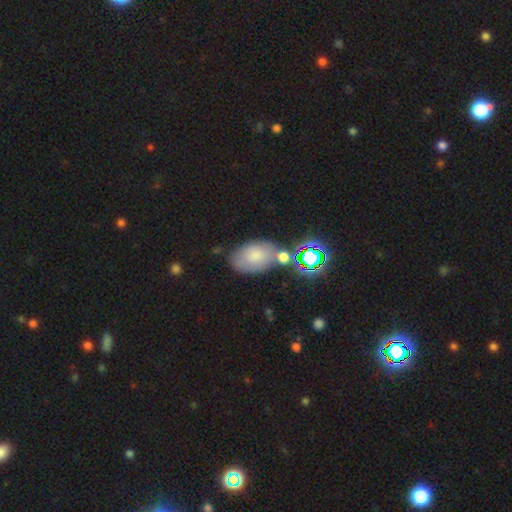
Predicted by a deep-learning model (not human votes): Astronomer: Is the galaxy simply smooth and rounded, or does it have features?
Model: smooth — 66%.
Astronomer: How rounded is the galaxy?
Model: in between — 88%.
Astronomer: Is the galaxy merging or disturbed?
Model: none — 57%.